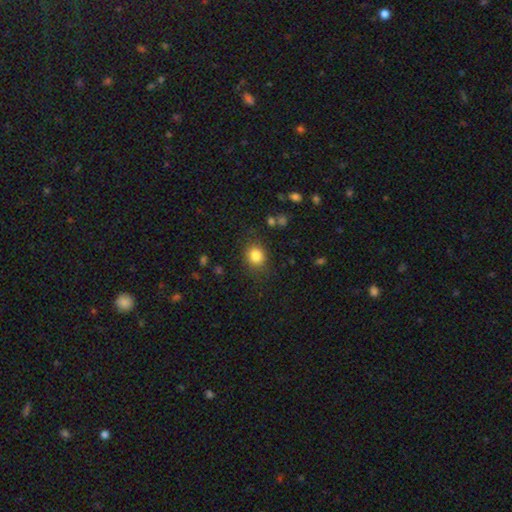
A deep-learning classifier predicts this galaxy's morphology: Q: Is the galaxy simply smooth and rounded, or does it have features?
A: smooth — 84%.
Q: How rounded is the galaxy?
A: round — 72%.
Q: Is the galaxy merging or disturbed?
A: none — 82%.